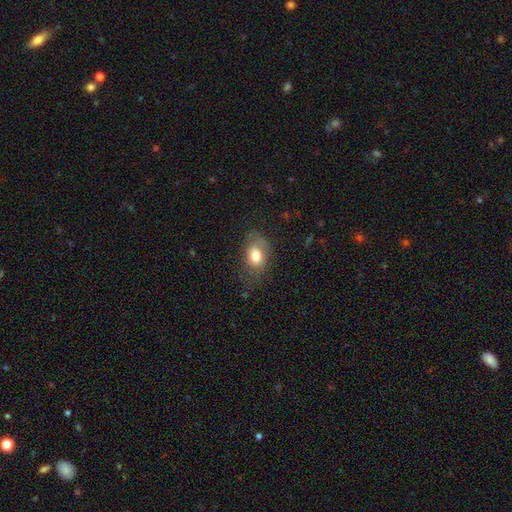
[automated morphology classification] Q: Smooth or featured?
A: smooth (72%); runner-up: featured or disk (20%)
Q: How rounded?
A: in between (79%); runner-up: round (19%)
Q: Merging?
A: none (60%); runner-up: minor disturbance (26%)